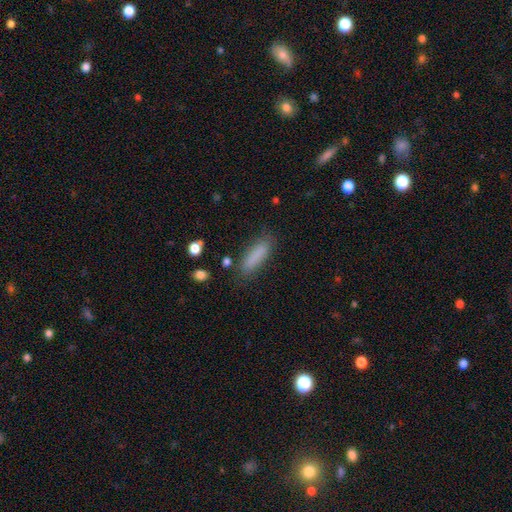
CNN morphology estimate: A smooth galaxy with no disk features (85%) that is cigar-shaped (60%).

Vote fractions:
- Smooth or featured? smooth: 85% / star or artifact: 8% / featured or disk: 7%
- How rounded? cigar-shaped: 60% / in between: 39% / round: 2%
- Merging? none: 81% / minor disturbance: 13% / major disturbance: 4% / merger: 2%